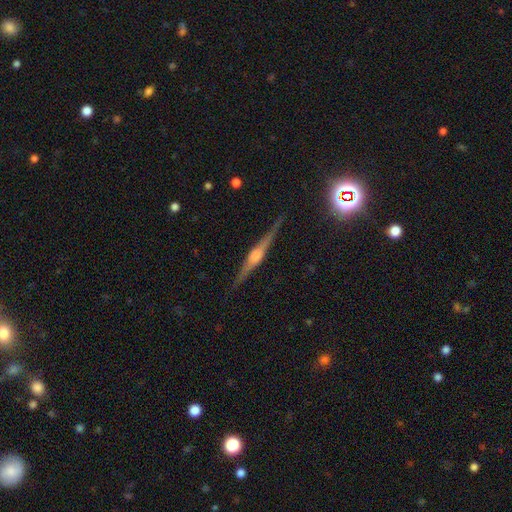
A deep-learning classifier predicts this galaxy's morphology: This appears to be a featured or disk galaxy (80%) viewed edge-on (98%) with a rounded central bulge (74%). Merging: none (88%).